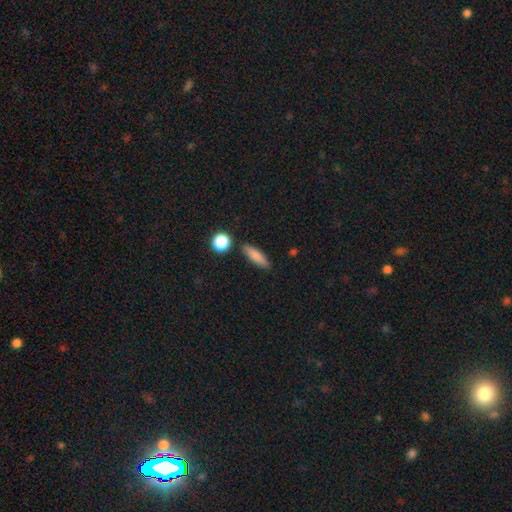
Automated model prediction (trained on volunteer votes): Morphology: type=smooth (83%); roundness=cigar-shaped (57%); merging=none (84%).